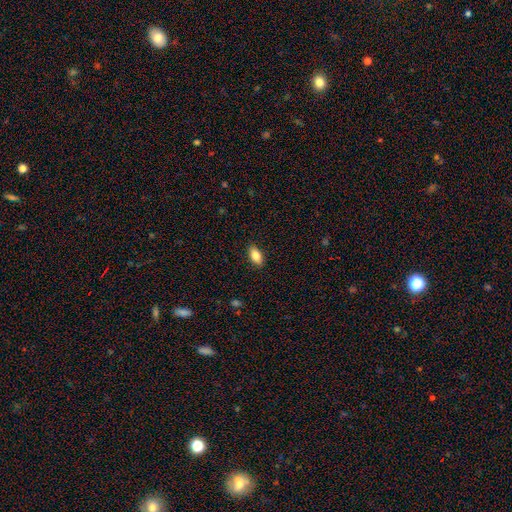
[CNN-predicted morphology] smooth_or_featured: smooth (p=0.84) [alt: featured or disk p=0.08]
how_rounded: in between (p=0.90) [alt: cigar-shaped p=0.06]
merging: none (p=0.88) [alt: minor disturbance p=0.09]